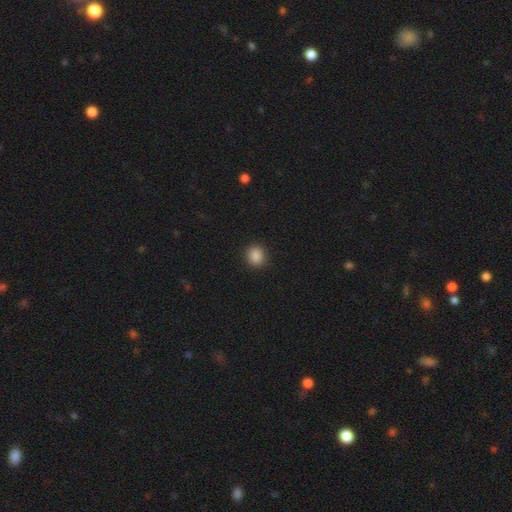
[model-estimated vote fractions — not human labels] Smooth or featured: smooth — 86% (star or artifact — 10%)
How rounded: round — 74% (in between — 25%)
Merging: none — 91% (minor disturbance — 6%)